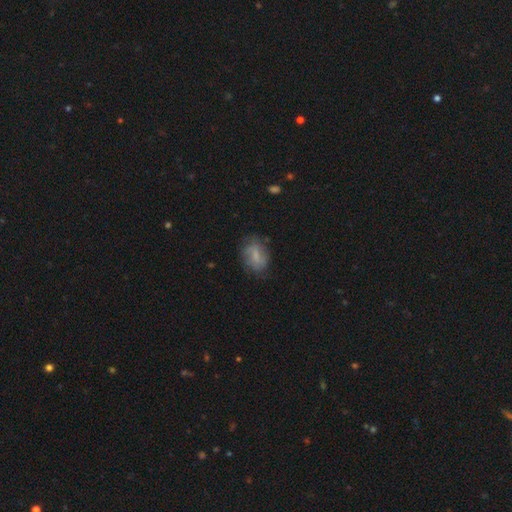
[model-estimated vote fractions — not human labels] smooth 53%, featured or disk 39%, star or artifact 9%. Down the decision tree: how rounded — in between (75%); merging — none (66%).